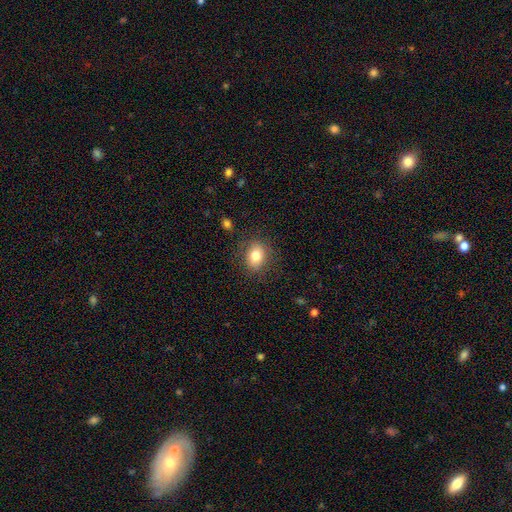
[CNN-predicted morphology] Smooth or featured? Predicted: smooth (p=0.80). How rounded? Predicted: in between (p=0.61). Merging? Predicted: none (p=0.82).